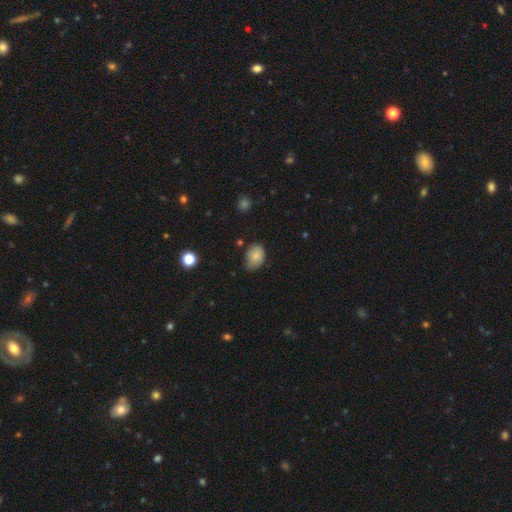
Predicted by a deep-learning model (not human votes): Morphology: type=smooth (81%); roundness=in between (73%); merging=none (57%).